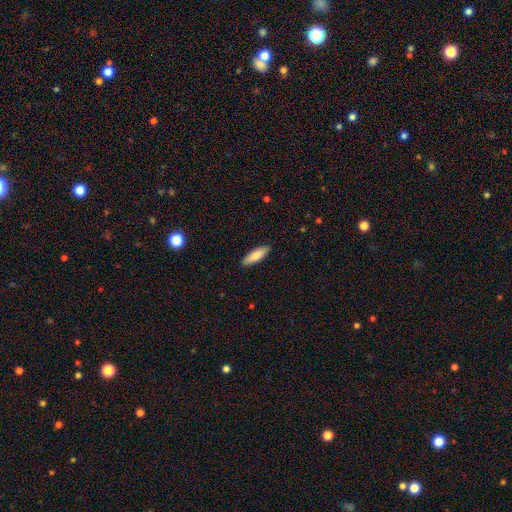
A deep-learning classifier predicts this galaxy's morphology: Q: Smooth or featured?
A: smooth (83%); runner-up: featured or disk (11%)
Q: How rounded?
A: cigar-shaped (52%); runner-up: in between (47%)
Q: Merging?
A: none (90%); runner-up: minor disturbance (8%)